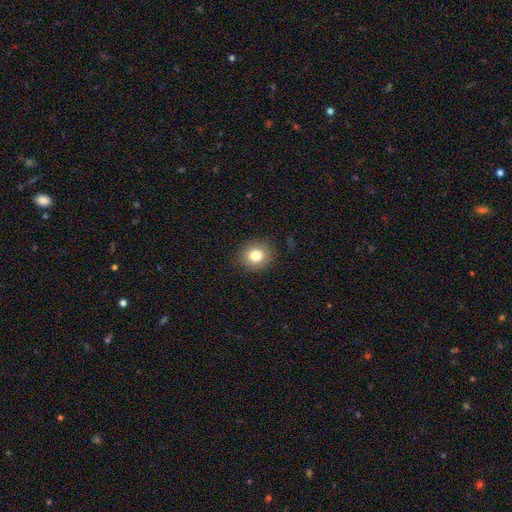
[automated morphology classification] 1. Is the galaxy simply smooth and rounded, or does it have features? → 80% smooth, 11% star or artifact, 9% featured or disk.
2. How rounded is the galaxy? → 80% round, 19% in between, 1% cigar-shaped.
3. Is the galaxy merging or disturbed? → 87% none, 9% minor disturbance, 3% major disturbance, 1% merger.